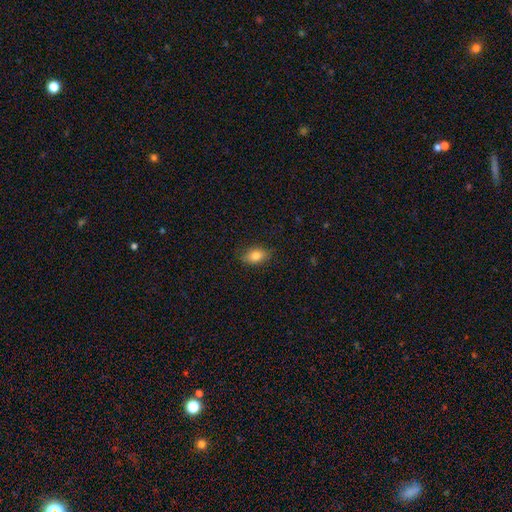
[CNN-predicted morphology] smooth_or_featured: smooth (p=0.81) [alt: featured or disk p=0.11]
how_rounded: in between (p=0.86) [alt: round p=0.11]
merging: none (p=0.84) [alt: minor disturbance p=0.13]